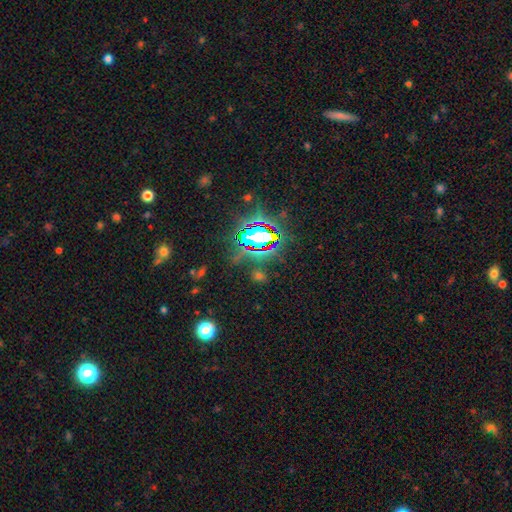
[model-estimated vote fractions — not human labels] Smooth or featured: star or artifact — 83% (smooth — 10%)